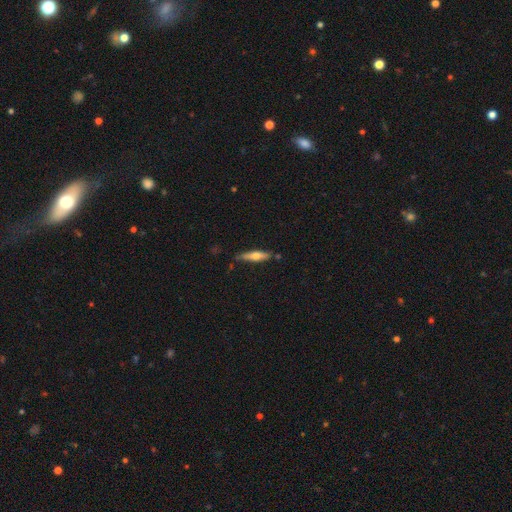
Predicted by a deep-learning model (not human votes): smooth-or-featured: smooth: 52% | featured or disk: 42% | star or artifact: 6%
  how-rounded: cigar-shaped: 79% | in between: 19% | round: 2%
  merging: none: 75% | minor disturbance: 18% | merger: 4% | major disturbance: 3%